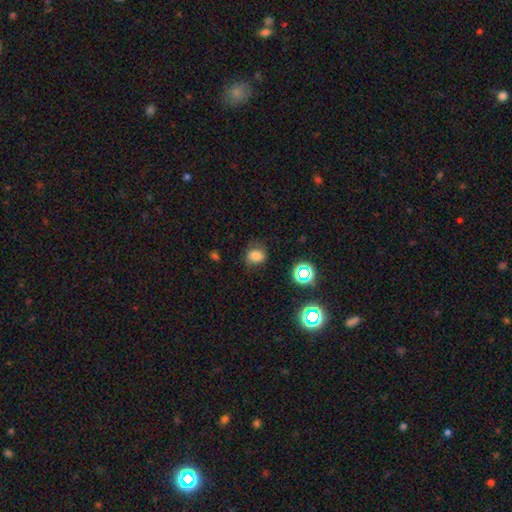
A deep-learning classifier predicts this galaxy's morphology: smooth_or_featured: smooth (p=0.73) [alt: star or artifact p=0.16]
how_rounded: round (p=0.54) [alt: in between p=0.45]
merging: none (p=0.65) [alt: minor disturbance p=0.23]